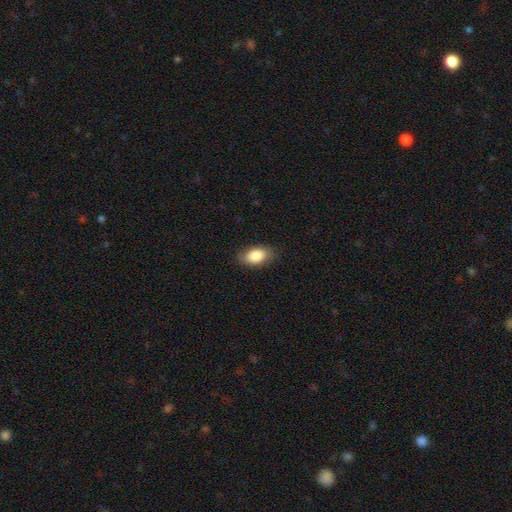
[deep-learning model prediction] Smooth or featured? smooth (86%)
How rounded? in between (91%)
Merging? none (80%)